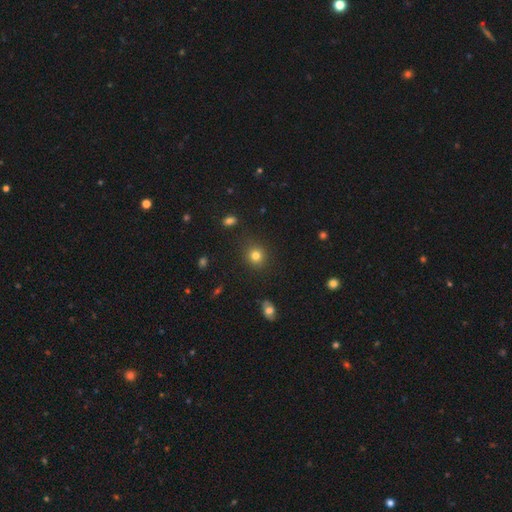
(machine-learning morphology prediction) smooth-or-featured: smooth: 80% | star or artifact: 13% | featured or disk: 7%
  how-rounded: round: 87% | in between: 12% | cigar-shaped: 1%
  merging: none: 88% | minor disturbance: 8% | major disturbance: 3% | merger: 2%